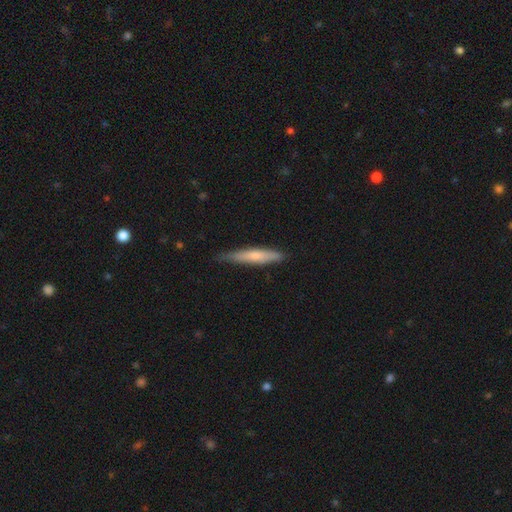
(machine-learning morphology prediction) smooth 62%, featured or disk 32%, star or artifact 5%. Down the decision tree: how rounded — cigar-shaped (91%); merging — none (78%).